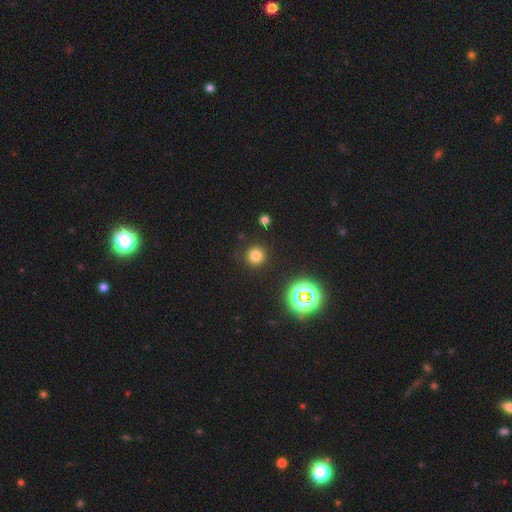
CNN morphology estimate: Smooth or featured? Predicted: smooth (p=0.76). How rounded? Predicted: round (p=0.94). Merging? Predicted: none (p=0.90).